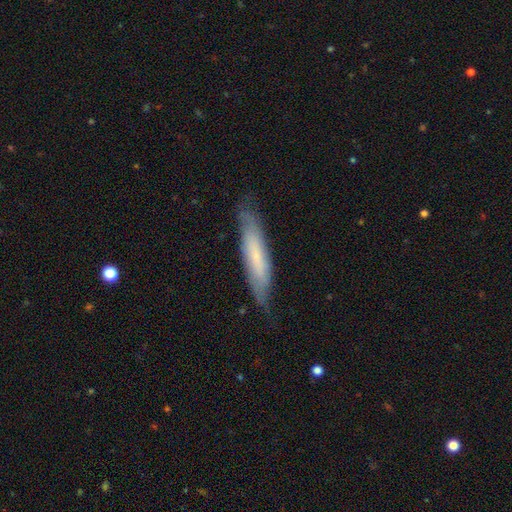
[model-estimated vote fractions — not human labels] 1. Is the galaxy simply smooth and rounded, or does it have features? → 53% smooth, 40% featured or disk, 7% star or artifact.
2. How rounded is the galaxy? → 83% cigar-shaped, 16% in between, 1% round.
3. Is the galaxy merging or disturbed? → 76% none, 19% minor disturbance, 4% major disturbance, 1% merger.